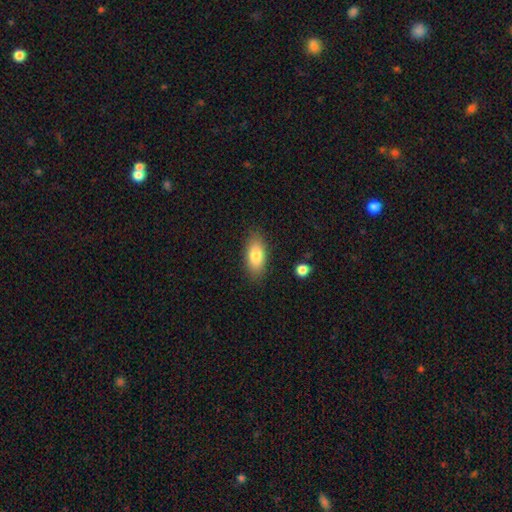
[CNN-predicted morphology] type=smooth (81%); roundness=in between (88%); merging=none (85%).